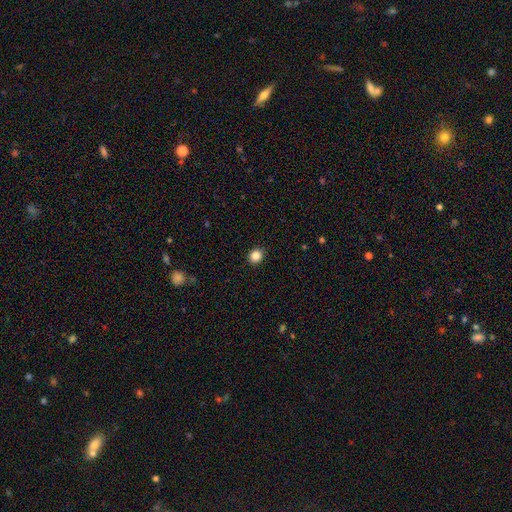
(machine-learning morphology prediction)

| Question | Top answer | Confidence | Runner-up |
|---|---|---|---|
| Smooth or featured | smooth | 85% | star or artifact (11%) |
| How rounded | round | 81% | in between (18%) |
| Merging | none | 92% | minor disturbance (6%) |